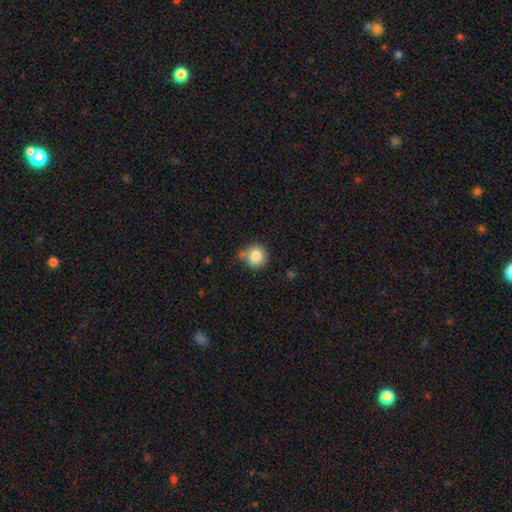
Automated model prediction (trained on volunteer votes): This is clearly a smooth galaxy (82%). How rounded: clearly round (92%). Merging: likely none (64%).